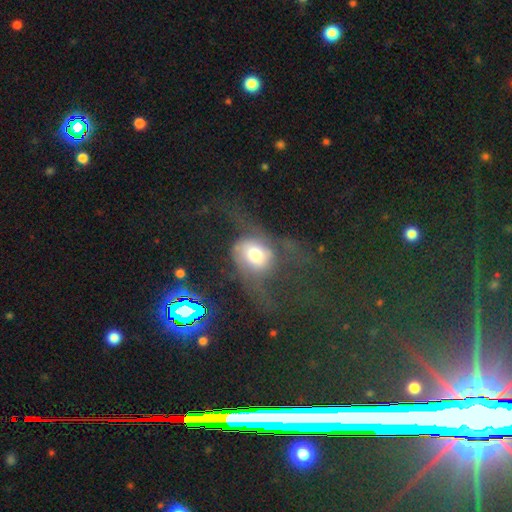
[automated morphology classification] Q: Smooth or featured?
A: smooth (50%); runner-up: featured or disk (39%)
Q: How rounded?
A: round (50%); runner-up: in between (47%)
Q: Merging?
A: major disturbance (54%); runner-up: none (24%)